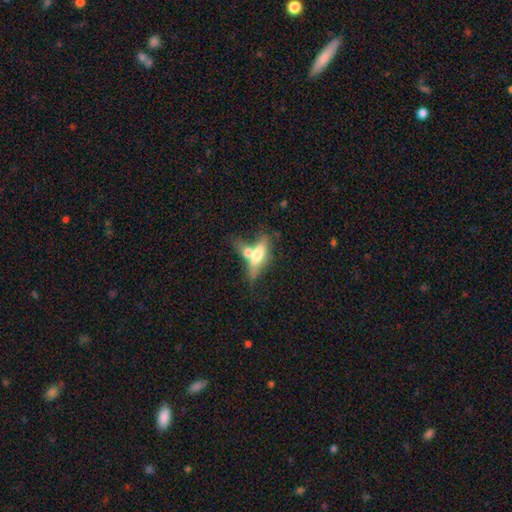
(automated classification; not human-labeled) Smooth or featured: smooth — 55% (featured or disk — 38%)
How rounded: in between — 48% (tied with cigar-shaped — 48%)
Merging: merger — 52% (none — 29%)